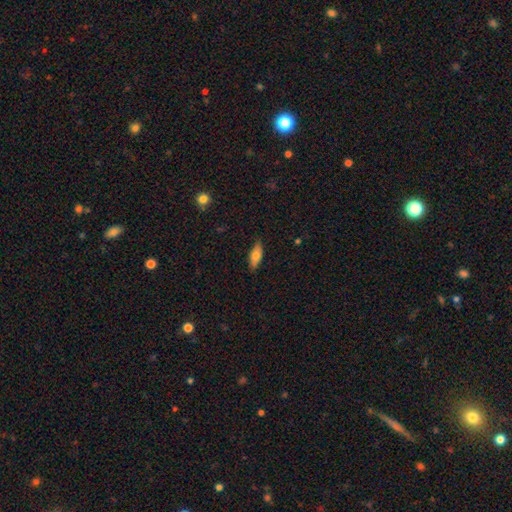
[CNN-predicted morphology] A smooth galaxy with no disk features (72%) that is in between round and cigar-shaped (72%).

Vote fractions:
- Smooth or featured? smooth: 72% / featured or disk: 21% / star or artifact: 7%
- How rounded? in between: 72% / cigar-shaped: 26% / round: 2%
- Merging? none: 84% / minor disturbance: 13% / major disturbance: 2% / merger: 1%